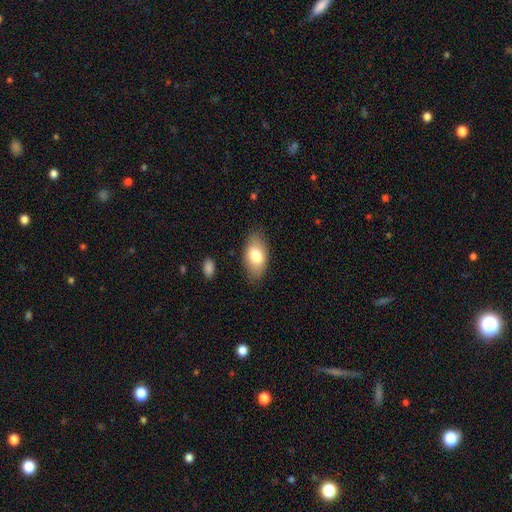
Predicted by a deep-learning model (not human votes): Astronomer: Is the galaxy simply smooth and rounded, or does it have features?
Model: smooth — 77%.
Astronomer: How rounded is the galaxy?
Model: in between — 92%.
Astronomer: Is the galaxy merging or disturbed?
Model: none — 83%.